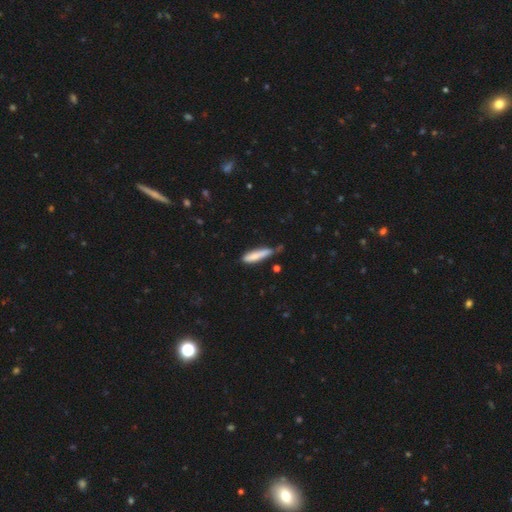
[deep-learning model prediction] Smooth or featured? Predicted: smooth (p=0.79). How rounded? Predicted: cigar-shaped (p=0.80). Merging? Predicted: none (p=0.53).